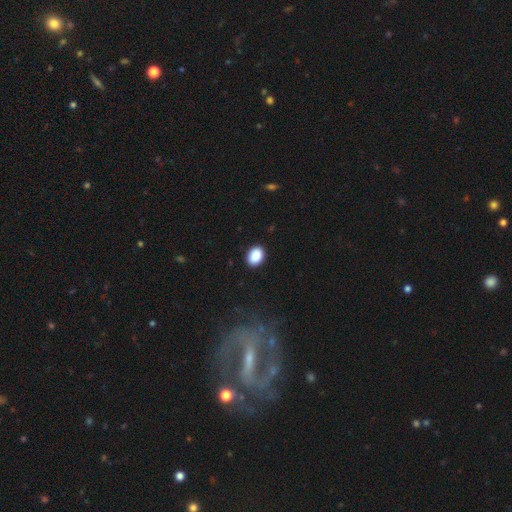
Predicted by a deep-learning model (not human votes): Smooth or featured? Predicted: smooth (p=0.89). How rounded? Predicted: in between (p=0.72). Merging? Predicted: none (p=0.88).